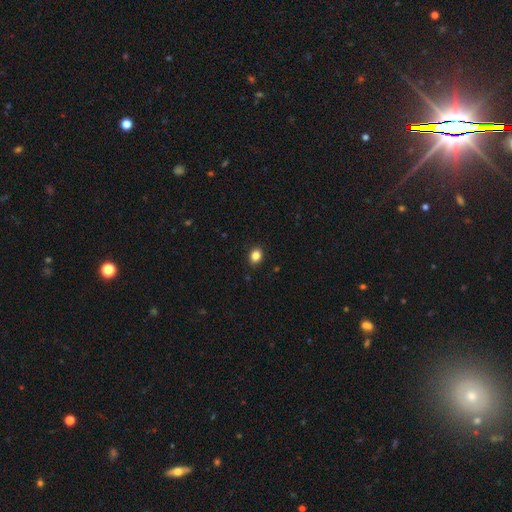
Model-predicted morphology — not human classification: Q: Smooth or featured?
A: smooth (85%); runner-up: star or artifact (10%)
Q: How rounded?
A: in between (52%); runner-up: round (47%)
Q: Merging?
A: none (90%); runner-up: minor disturbance (7%)